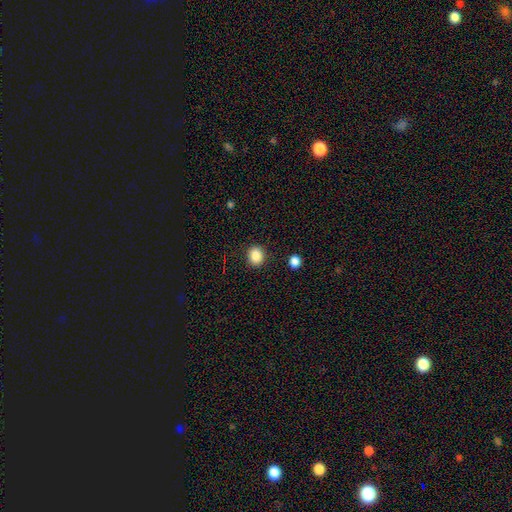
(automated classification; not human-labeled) Morphology: type=smooth (87%); roundness=round (67%); merging=none (89%).